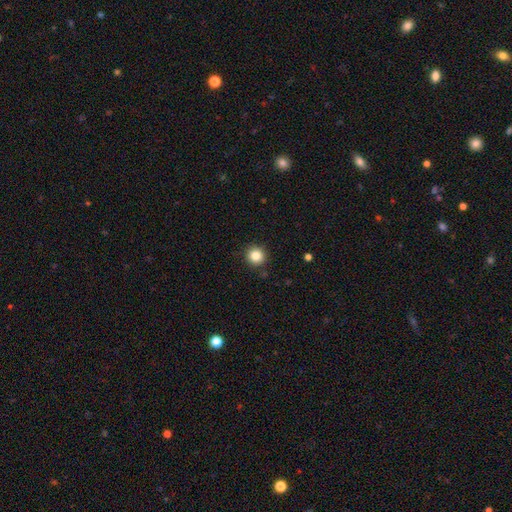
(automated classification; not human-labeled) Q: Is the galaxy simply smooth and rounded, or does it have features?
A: smooth — 84%.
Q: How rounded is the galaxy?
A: round — 94%.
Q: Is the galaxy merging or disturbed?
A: none — 91%.